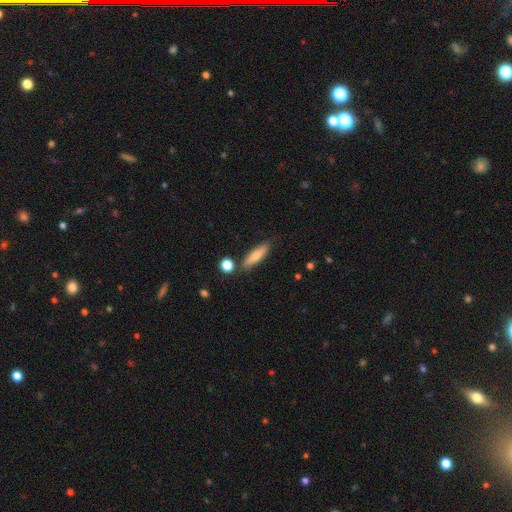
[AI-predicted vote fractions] smooth 70%, featured or disk 23%, star or artifact 7%. Down the decision tree: how rounded — cigar-shaped (71%); merging — none (82%).